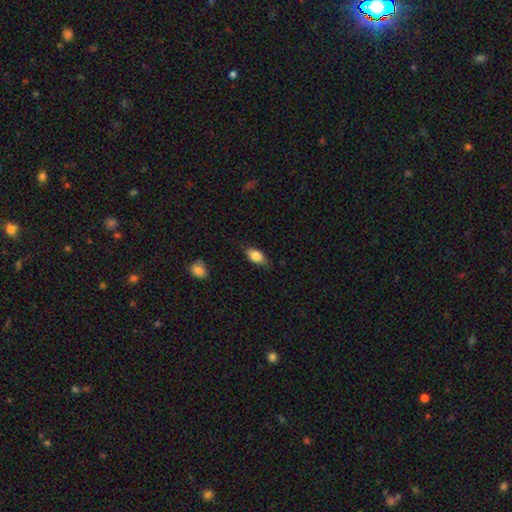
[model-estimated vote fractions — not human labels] Smooth or featured? Predicted: smooth (p=0.77). How rounded? Predicted: in between (p=0.84). Merging? Predicted: none (p=0.74).